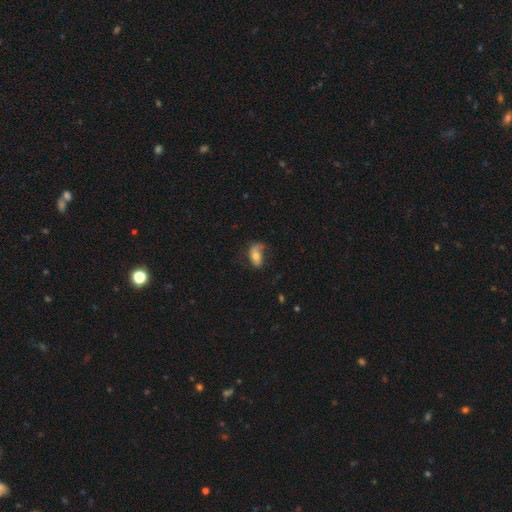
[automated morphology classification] type=smooth (59%); roundness=in between (89%); merging=none (46%).